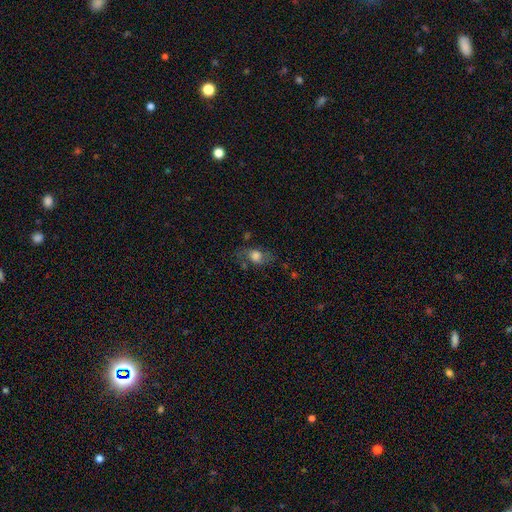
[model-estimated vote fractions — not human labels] Smooth or featured?
  - smooth: 61% *
  - featured or disk: 27%
  - star or artifact: 12%
How rounded?
  - in between: 67% *
  - round: 26%
  - cigar-shaped: 7%
Merging?
  - none: 61% *
  - minor disturbance: 22%
  - major disturbance: 14%
  - merger: 3%